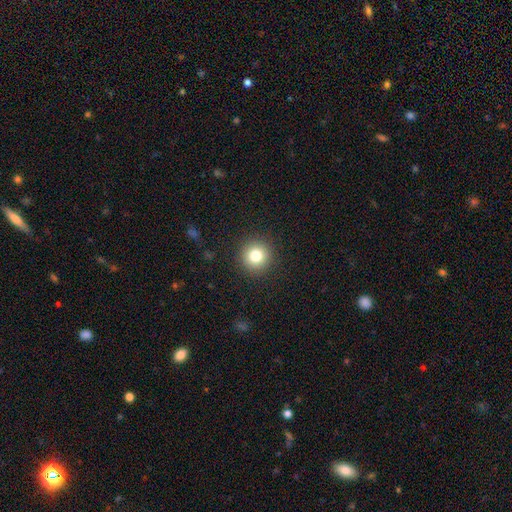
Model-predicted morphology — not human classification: A smooth galaxy with no disk features (81%) that is round (95%). Merging: none (92%).